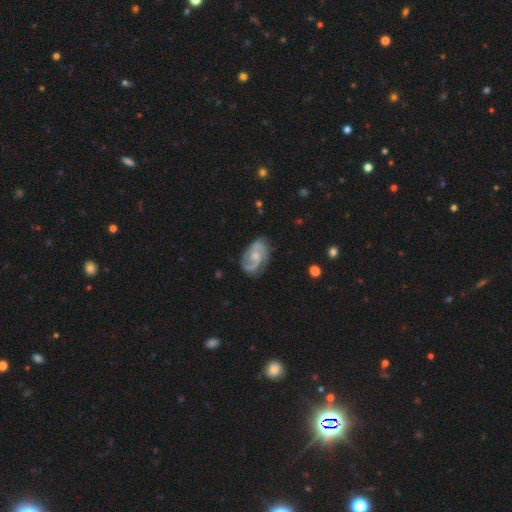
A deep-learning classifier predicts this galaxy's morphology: Smooth or featured? Predicted: featured or disk (p=0.83). Edge-on disk? Predicted: no (p=0.97). Bar? Predicted: no (p=0.56). Spiral arms? Predicted: yes (p=0.95). Spiral winding? Predicted: medium (p=0.52). Spiral arm count? Predicted: 2 (p=0.82). Bulge size? Predicted: small (p=0.49). Merging? Predicted: none (p=0.71).